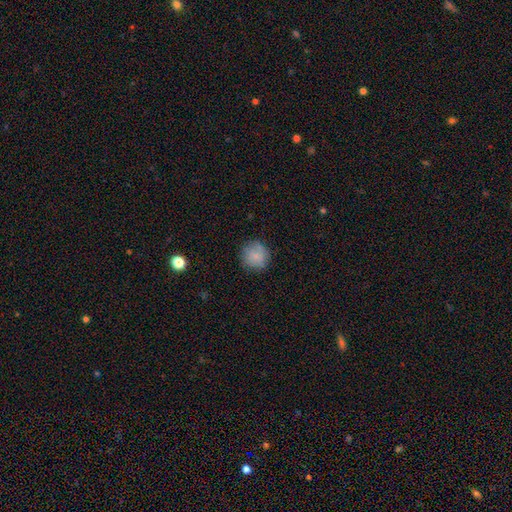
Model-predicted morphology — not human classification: smooth-or-featured: smooth: 83% | star or artifact: 9% | featured or disk: 8%
  how-rounded: round: 92% | in between: 7% | cigar-shaped: 1%
  merging: none: 84% | minor disturbance: 12% | major disturbance: 3% | merger: 1%